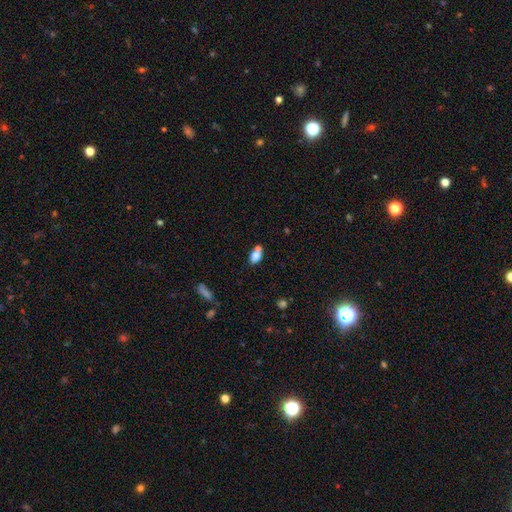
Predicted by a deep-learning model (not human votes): Q: Smooth or featured?
A: smooth (75%); runner-up: featured or disk (15%)
Q: How rounded?
A: in between (84%); runner-up: round (13%)
Q: Merging?
A: none (48%); runner-up: merger (35%)